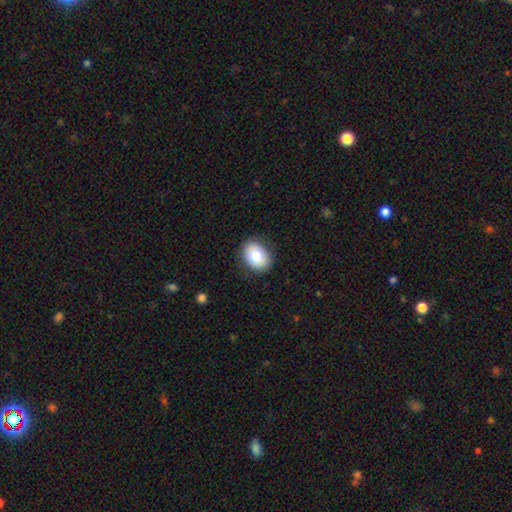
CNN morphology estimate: Smooth or featured? Predicted: smooth (p=0.78). How rounded? Predicted: in between (p=0.68). Merging? Predicted: none (p=0.86).